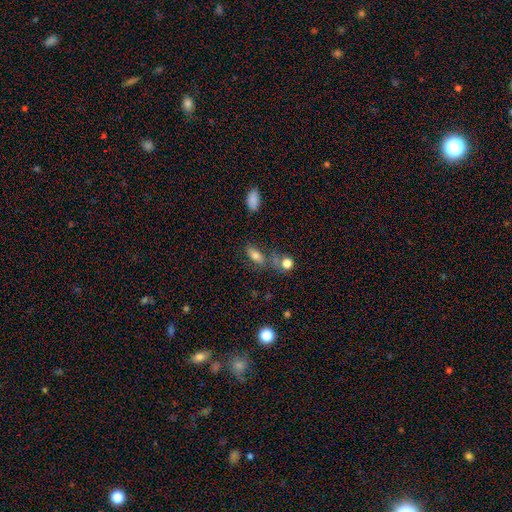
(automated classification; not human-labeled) Smooth or featured? Predicted: smooth (p=0.74). How rounded? Predicted: in between (p=0.79). Merging? Predicted: none (p=0.55).